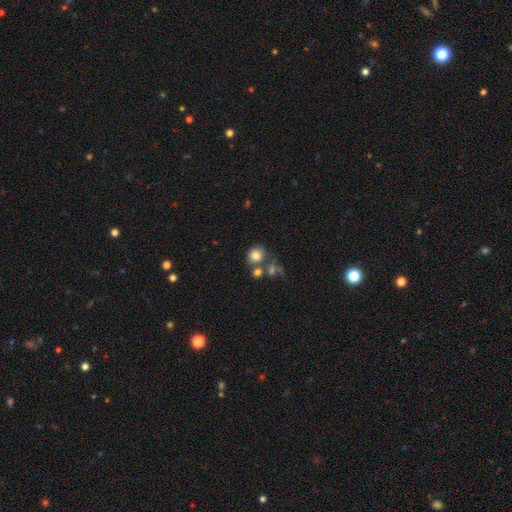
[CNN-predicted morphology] Smooth or featured? smooth (79%)
How rounded? round (73%)
Merging? none (55%)